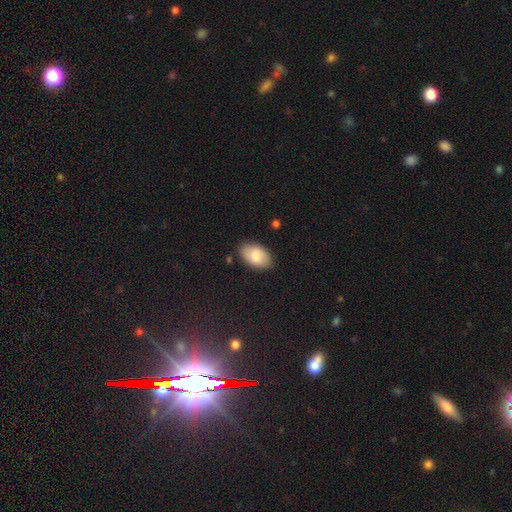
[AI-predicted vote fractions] smooth 78%, featured or disk 16%, star or artifact 6%. Down the decision tree: how rounded — in between (94%); merging — none (83%).